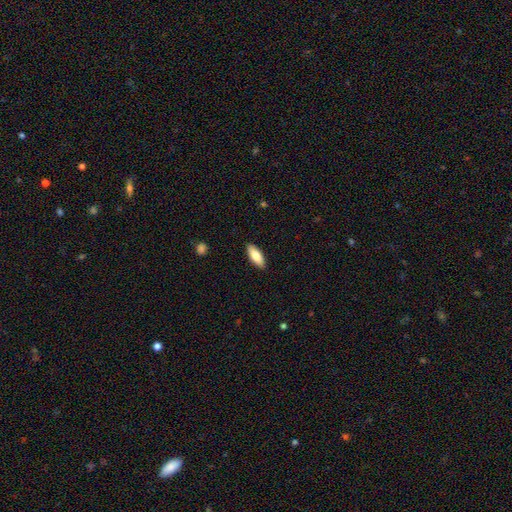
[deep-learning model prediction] Smooth or featured: smooth — 80% (featured or disk — 14%)
How rounded: in between — 78% (cigar-shaped — 20%)
Merging: none — 89% (minor disturbance — 8%)